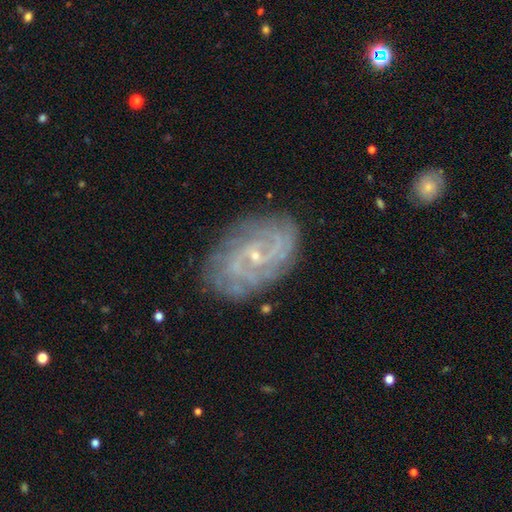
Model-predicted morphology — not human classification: smooth-or-featured: featured or disk: 84% | smooth: 8% | star or artifact: 7%
  disk-edge-on: no: 97% | yes: 3%
    bar: no: 55% | weak: 37% | strong: 8%
    has-spiral-arms: yes: 94% | no: 6%
      spiral-winding: tight: 57% | medium: 33% | loose: 10%
      spiral-arm-count: can't tell: 31% | 2: 30% | 3: 15% | 4: 11% | more than 4: 7% | 1: 6%
    bulge-size: small: 82% | moderate: 14% | none: 3% | large: 1% | dominant: 1%
  merging: none: 79% | minor disturbance: 15% | major disturbance: 5% | merger: 2%